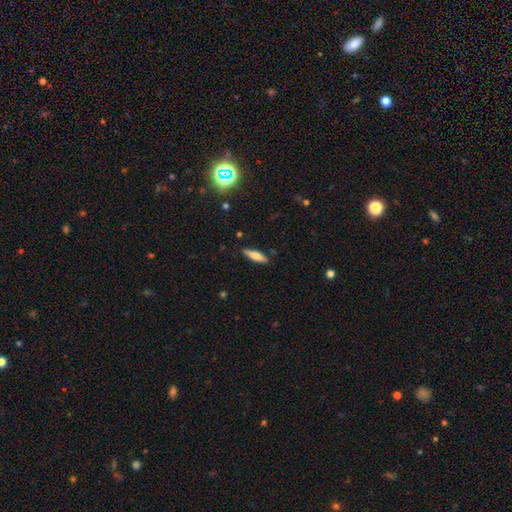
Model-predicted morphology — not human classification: A smooth galaxy with no disk features (68%) that is cigar-shaped (68%). Merging: none (86%).